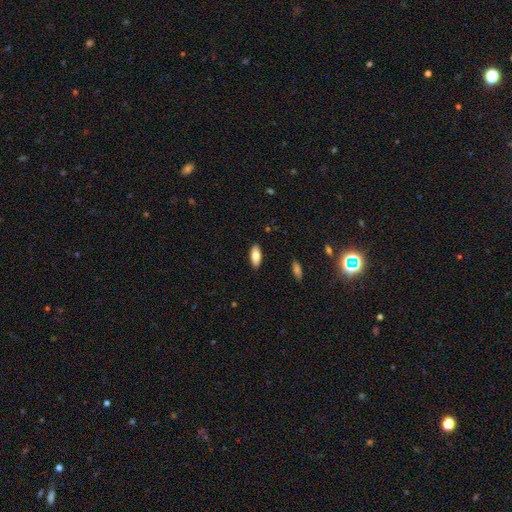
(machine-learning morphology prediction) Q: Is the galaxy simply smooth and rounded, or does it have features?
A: smooth — 78%.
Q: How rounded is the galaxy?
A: in between — 79%.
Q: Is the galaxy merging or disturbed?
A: none — 89%.